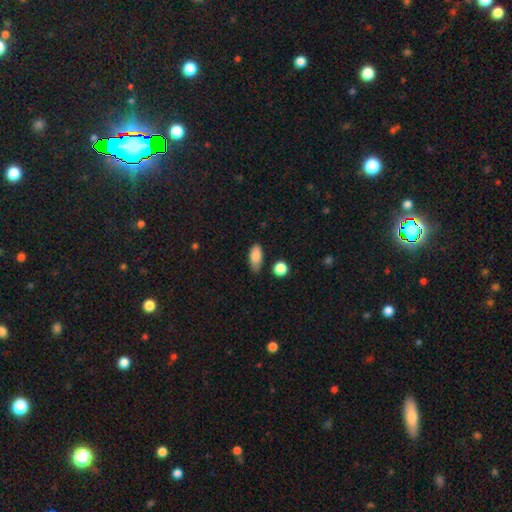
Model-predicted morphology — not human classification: smooth_or_featured: smooth (p=0.85) [alt: star or artifact p=0.08]
how_rounded: in between (p=0.85) [alt: cigar-shaped p=0.11]
merging: none (p=0.67) [alt: minor disturbance p=0.25]